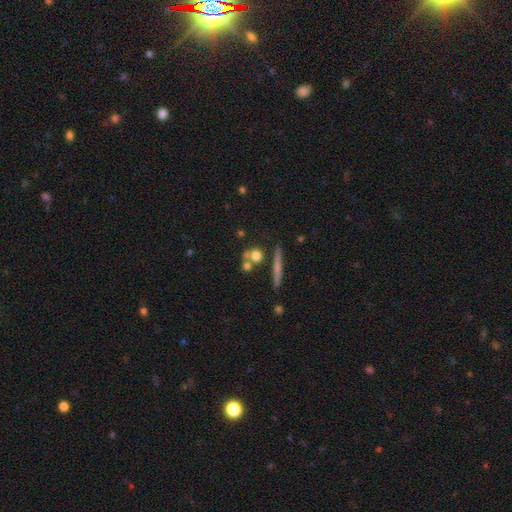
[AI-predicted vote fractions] Smooth or featured? Predicted: smooth (p=0.66). How rounded? Predicted: round (p=0.72). Merging? Predicted: none (p=0.57).